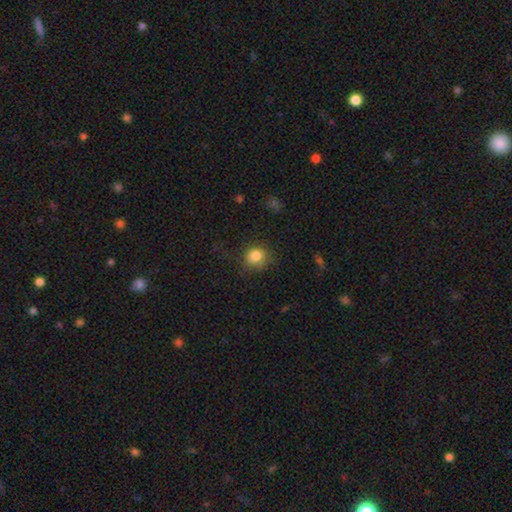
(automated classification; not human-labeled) Smooth or featured?
  - smooth: 83% *
  - star or artifact: 11%
  - featured or disk: 6%
How rounded?
  - round: 82% *
  - in between: 17%
  - cigar-shaped: 1%
Merging?
  - none: 74% *
  - minor disturbance: 17%
  - major disturbance: 7%
  - merger: 1%